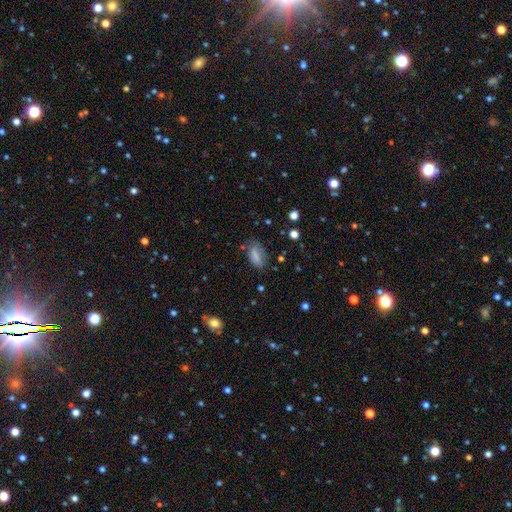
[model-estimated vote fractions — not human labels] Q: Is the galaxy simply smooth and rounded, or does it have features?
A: smooth — 82%.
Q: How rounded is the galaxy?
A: in between — 90%.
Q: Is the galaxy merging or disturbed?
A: none — 67%.